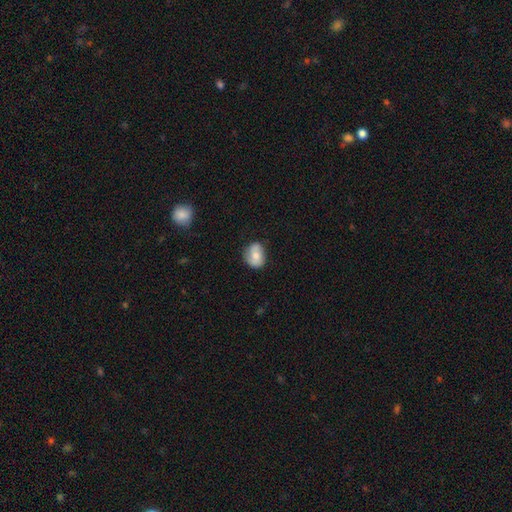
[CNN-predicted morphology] Smooth or featured? Predicted: smooth (p=0.66). How rounded? Predicted: round (p=0.52). Merging? Predicted: none (p=0.67).